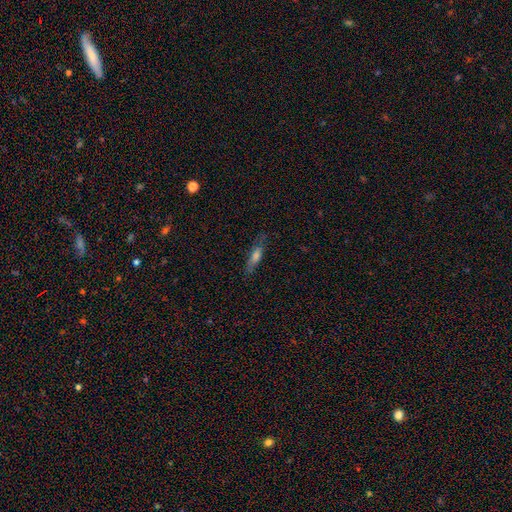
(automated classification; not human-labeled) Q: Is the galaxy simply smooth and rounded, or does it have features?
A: smooth — 54%.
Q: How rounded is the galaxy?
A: cigar-shaped — 68%.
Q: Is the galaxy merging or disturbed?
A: none — 75%.